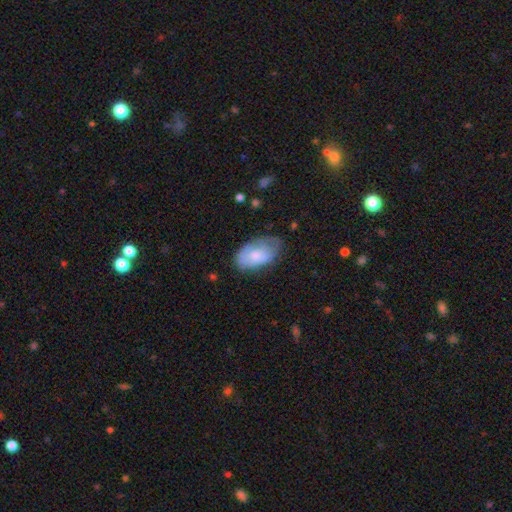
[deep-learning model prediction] This appears to be a smooth galaxy with no disk features (66%) that is in between round and cigar-shaped (93%). Merging: none (53%).